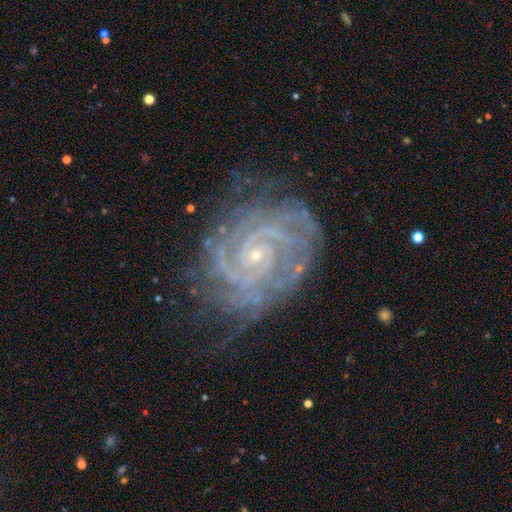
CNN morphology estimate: This is clearly a featured or disk galaxy (92%). It is clearly not viewed edge-on (98%). Bar: likely no (65%). Spiral arm pattern: clearly yes (99%). Spiral arm count: marginally 2 (41%). Spiral winding: clearly tight (82%). Central bulge: clearly small (88%). Merging: likely none (72%).